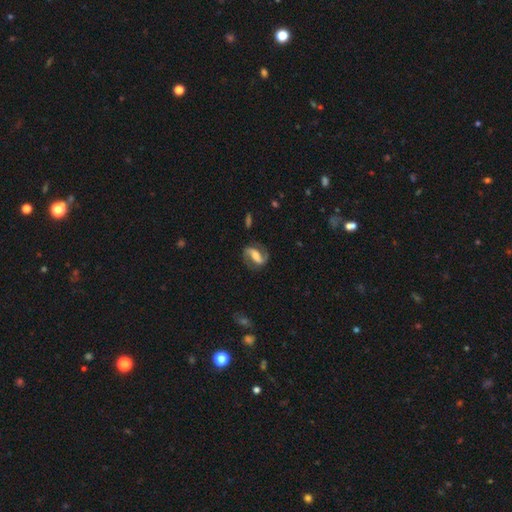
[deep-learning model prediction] Morphology: type=featured or disk (85%); edge-on=no (96%); bar=strong (49%); spiral arms=yes (95%); winding=medium (47%); arm count=2 (92%); bulge=moderate (53%); merging=none (81%).